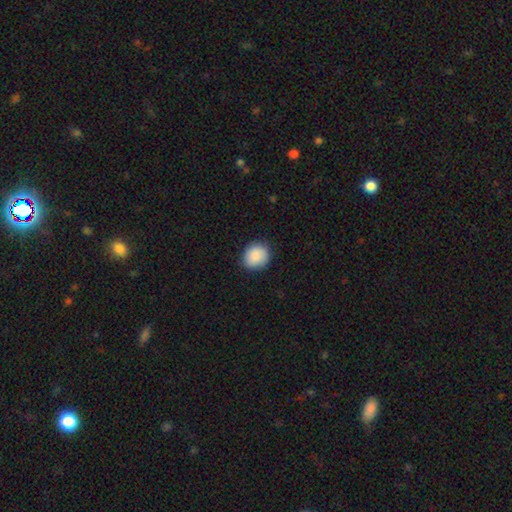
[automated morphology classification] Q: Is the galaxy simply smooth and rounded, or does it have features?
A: smooth — 89%.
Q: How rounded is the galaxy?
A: round — 74%.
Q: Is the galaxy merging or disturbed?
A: none — 84%.